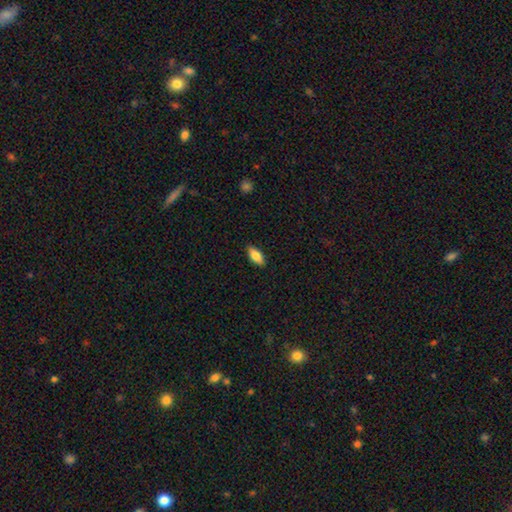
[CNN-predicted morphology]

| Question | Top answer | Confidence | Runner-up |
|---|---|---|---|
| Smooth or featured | smooth | 80% | featured or disk (14%) |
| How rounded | in between | 80% | cigar-shaped (17%) |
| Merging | none | 89% | minor disturbance (8%) |